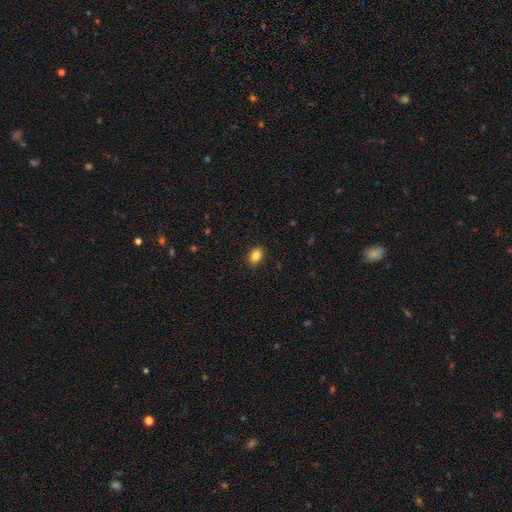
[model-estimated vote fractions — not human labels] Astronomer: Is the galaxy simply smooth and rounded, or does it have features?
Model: smooth — 85%.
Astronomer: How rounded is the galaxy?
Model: in between — 80%.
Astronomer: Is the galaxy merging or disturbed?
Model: none — 88%.